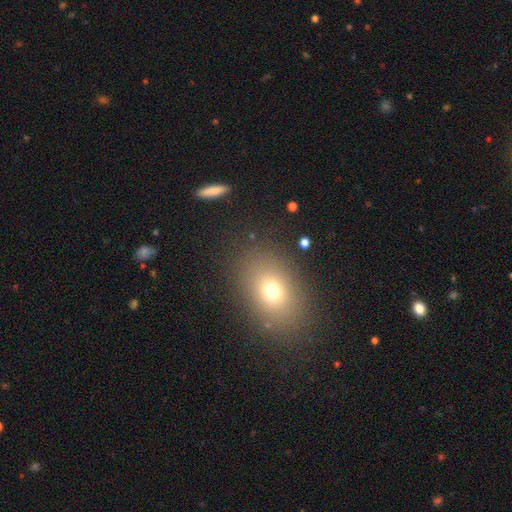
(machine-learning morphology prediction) This is likely a smooth galaxy (69%). How rounded: likely in between (70%). Merging: clearly none (86%).